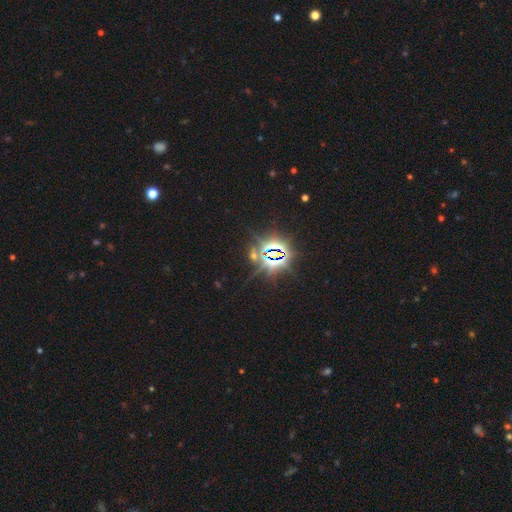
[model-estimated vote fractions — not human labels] Smooth or featured? Predicted: star or artifact (p=0.84).